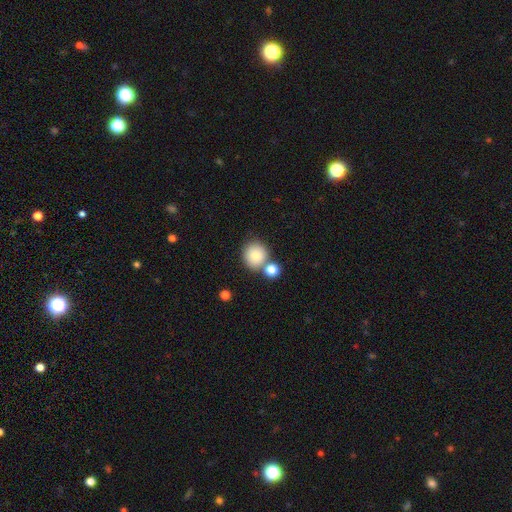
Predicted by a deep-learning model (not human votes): smooth_or_featured: smooth (p=0.82) [alt: star or artifact p=0.09]
how_rounded: round (p=0.88) [alt: in between p=0.11]
merging: none (p=0.61) [alt: merger p=0.27]